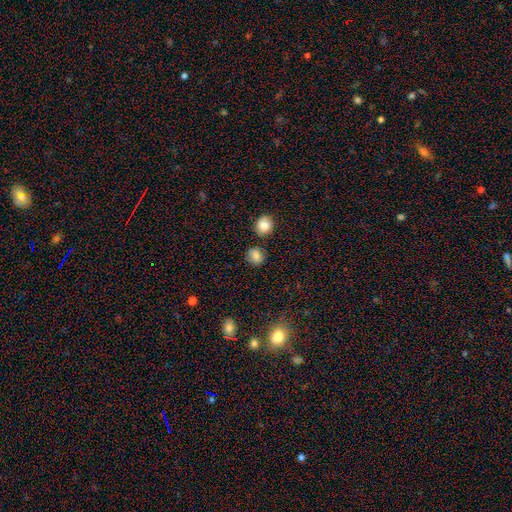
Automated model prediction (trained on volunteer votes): smooth-or-featured: smooth: 82% | star or artifact: 12% | featured or disk: 6%
  how-rounded: round: 80% | in between: 19% | cigar-shaped: 1%
  merging: none: 79% | minor disturbance: 11% | merger: 7% | major disturbance: 3%